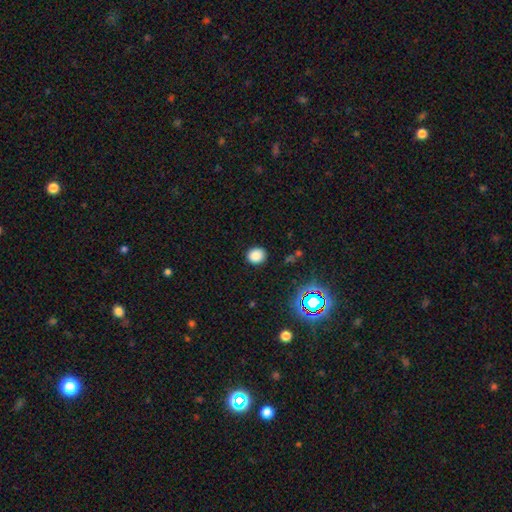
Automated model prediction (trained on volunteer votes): Overall: smooth (82%). How rounded: round (77%). Merging: none (88%).